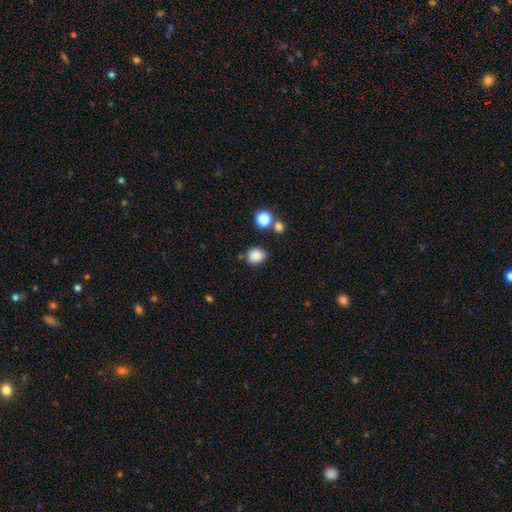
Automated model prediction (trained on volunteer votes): smooth 86%, star or artifact 10%, featured or disk 4%. Down the decision tree: how rounded — round (58%); merging — none (75%).